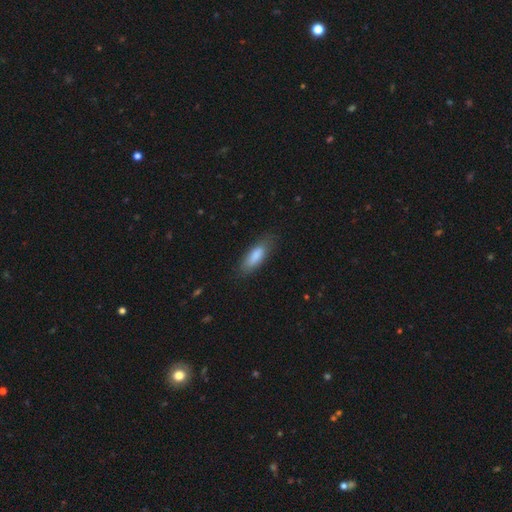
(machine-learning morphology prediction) Q: Smooth or featured?
A: smooth (84%); runner-up: featured or disk (10%)
Q: How rounded?
A: in between (59%); runner-up: cigar-shaped (39%)
Q: Merging?
A: none (78%); runner-up: minor disturbance (17%)